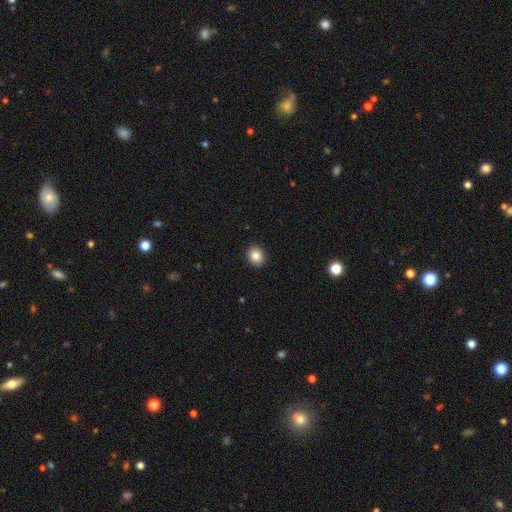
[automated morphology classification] Q: Smooth or featured?
A: smooth (85%); runner-up: star or artifact (10%)
Q: How rounded?
A: round (69%); runner-up: in between (31%)
Q: Merging?
A: none (91%); runner-up: minor disturbance (6%)